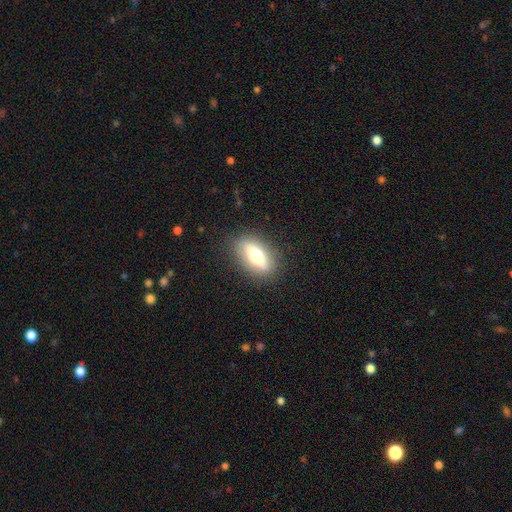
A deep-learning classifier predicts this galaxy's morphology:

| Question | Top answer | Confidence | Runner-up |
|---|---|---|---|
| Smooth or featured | smooth | 62% | featured or disk (30%) |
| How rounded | in between | 76% | cigar-shaped (18%) |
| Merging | none | 85% | minor disturbance (11%) |